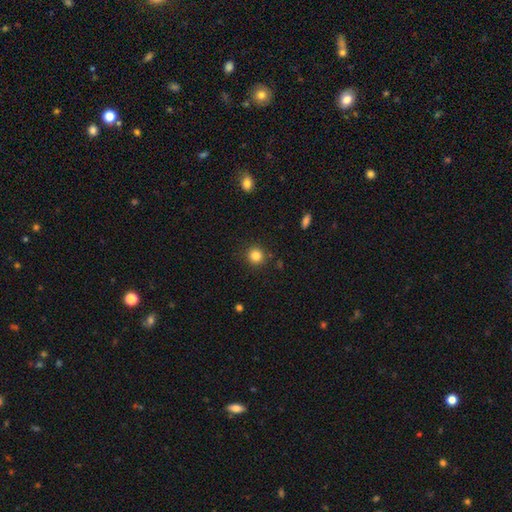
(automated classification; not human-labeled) Morphology: type=smooth (83%); roundness=round (92%); merging=none (89%).